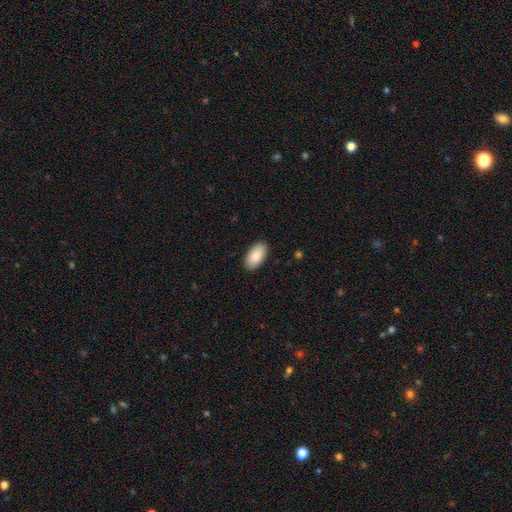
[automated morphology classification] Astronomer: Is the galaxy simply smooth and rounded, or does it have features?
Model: smooth — 89%.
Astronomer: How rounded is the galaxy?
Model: in between — 95%.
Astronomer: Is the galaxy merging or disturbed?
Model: none — 90%.